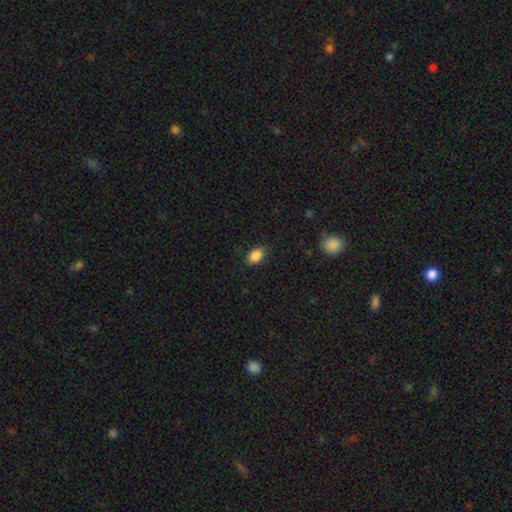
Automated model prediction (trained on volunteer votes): smooth 88%, star or artifact 8%, featured or disk 4%. Down the decision tree: how rounded — in between (84%); merging — none (84%).